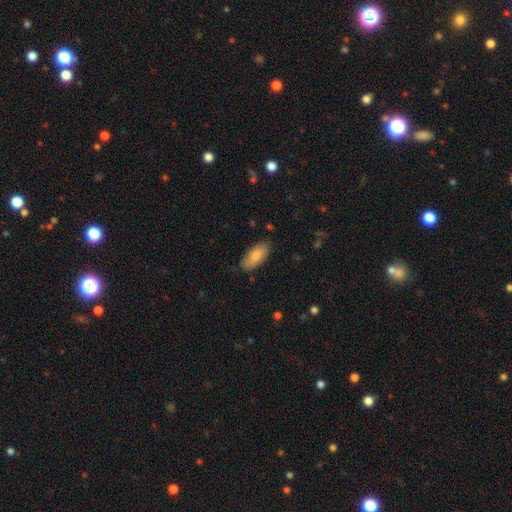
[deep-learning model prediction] smooth_or_featured: smooth (p=0.83) [alt: featured or disk p=0.12]
how_rounded: in between (p=0.86) [alt: cigar-shaped p=0.12]
merging: none (p=0.81) [alt: minor disturbance p=0.15]